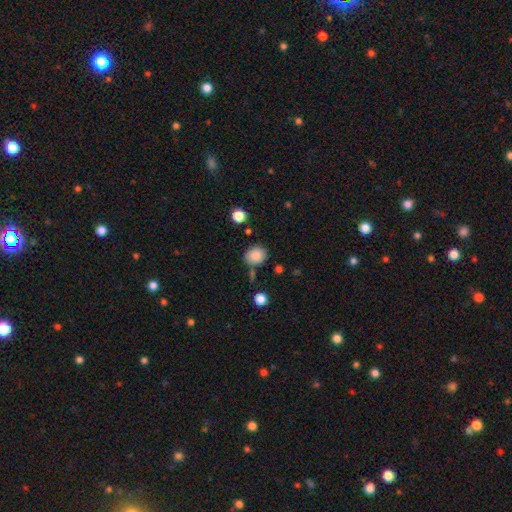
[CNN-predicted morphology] A smooth galaxy with no disk features (84%) that is round (69%). Merging: none (75%).